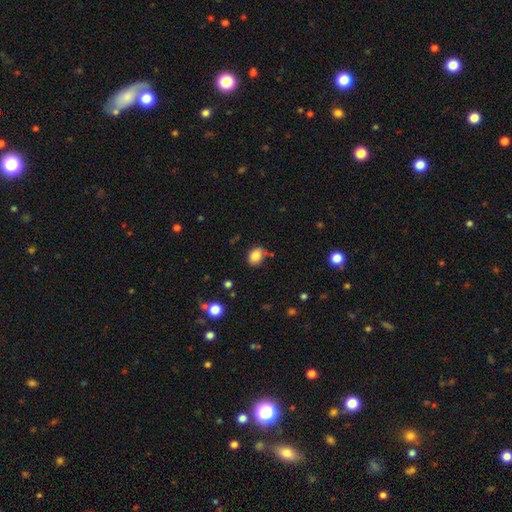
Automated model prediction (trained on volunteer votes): smooth_or_featured: smooth (p=0.86) [alt: star or artifact p=0.09]
how_rounded: in between (p=0.64) [alt: round p=0.35]
merging: none (p=0.74) [alt: minor disturbance p=0.17]